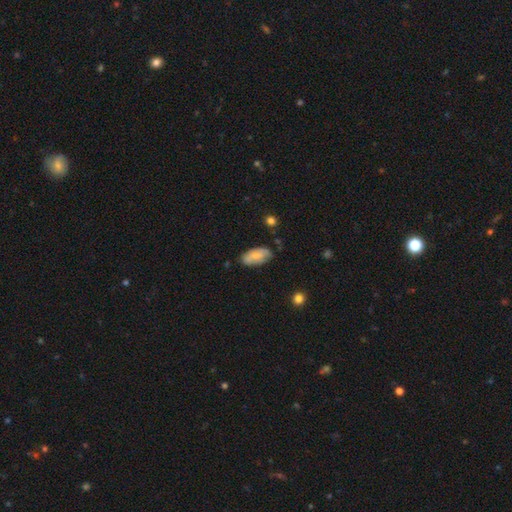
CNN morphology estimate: Overall: smooth (70%). How rounded: in between (92%). Merging: none (67%).